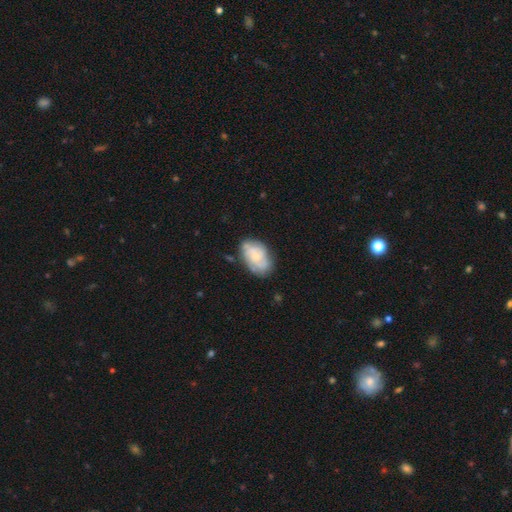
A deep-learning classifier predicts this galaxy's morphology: featured or disk 61%, smooth 33%, star or artifact 6%. Down the decision tree: edge-on disk — no (97%); bar — no (77%); spiral arms — yes (81%); bulge size — small (62%); merging — none (70%).